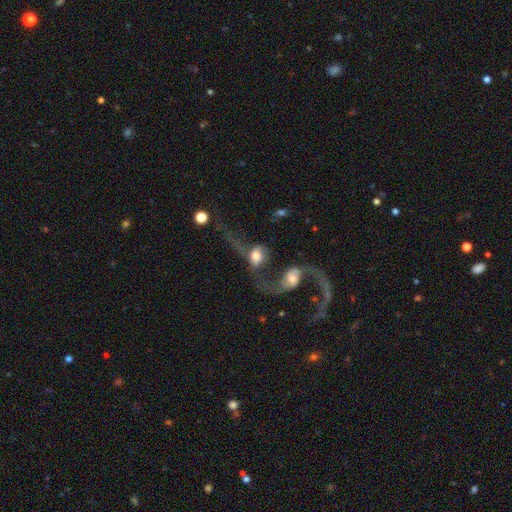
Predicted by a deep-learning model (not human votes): Smooth or featured: featured or disk — 52% (smooth — 40%)
Edge-on disk: no — 92% (yes — 8%)
Merging: merger — 50% (major disturbance — 24%)